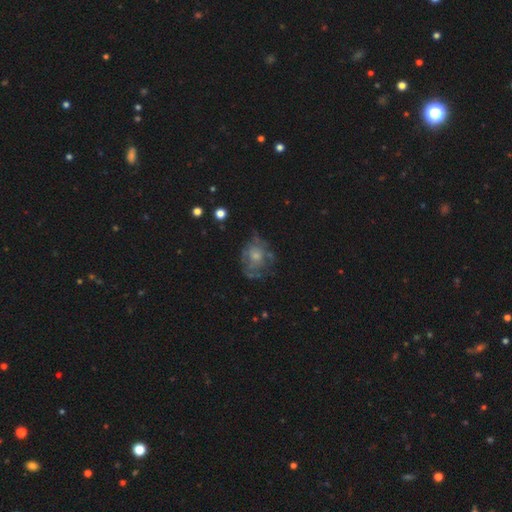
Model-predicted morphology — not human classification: Smooth or featured?
  - featured or disk: 54% *
  - smooth: 36%
  - star or artifact: 10%
Edge-on disk?
  - no: 97% *
  - yes: 3%
Bar?
  - no: 87% *
  - weak: 11%
  - strong: 2%
Spiral arms?
  - no: 62% *
  - yes: 38%
Bulge size?
  - small: 43% *
  - moderate: 42%
  - none: 8%
  - large: 5%
  - dominant: 1%
Merging?
  - none: 52% *
  - minor disturbance: 25%
  - major disturbance: 21%
  - merger: 3%